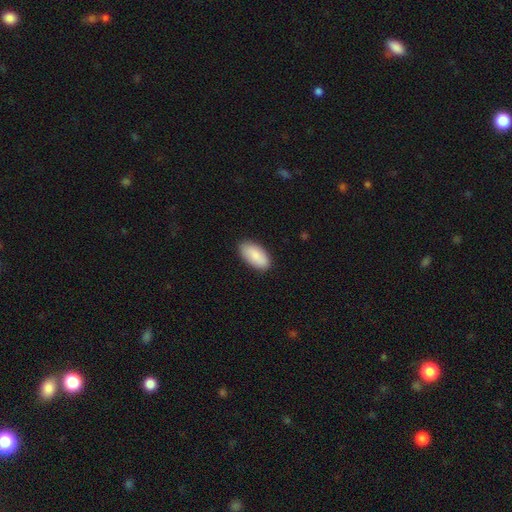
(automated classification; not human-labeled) Q: Smooth or featured?
A: smooth (87%); runner-up: featured or disk (7%)
Q: How rounded?
A: in between (94%); runner-up: cigar-shaped (4%)
Q: Merging?
A: none (87%); runner-up: minor disturbance (10%)